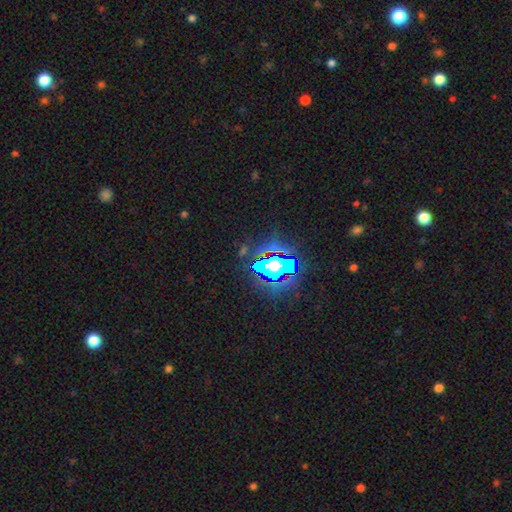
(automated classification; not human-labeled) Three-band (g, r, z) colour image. It shows a star or artifact, not a galaxy (85%).